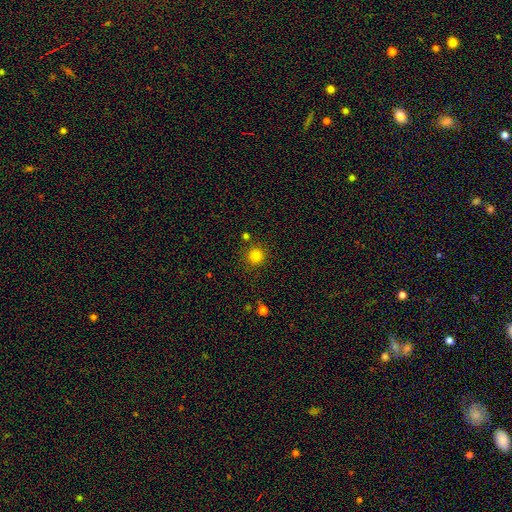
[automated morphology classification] Smooth or featured? smooth (83%)
How rounded? round (94%)
Merging? none (86%)